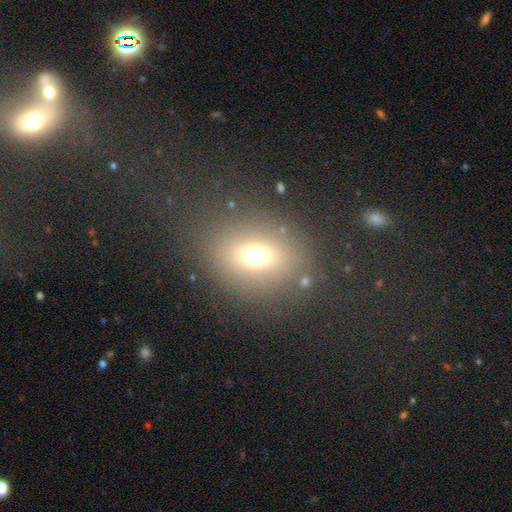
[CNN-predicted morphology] Smooth or featured: smooth — 62% (star or artifact — 24%)
How rounded: round — 55% (in between — 43%)
Merging: none — 79% (minor disturbance — 10%)